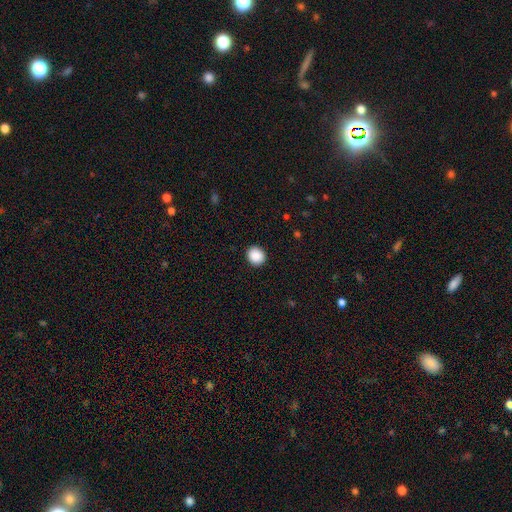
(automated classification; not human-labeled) Smooth or featured? Predicted: smooth (p=0.89). How rounded? Predicted: round (p=0.80). Merging? Predicted: none (p=0.91).